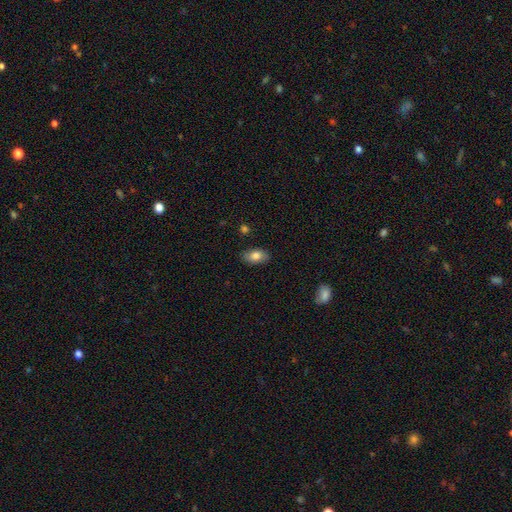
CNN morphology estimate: This is clearly a smooth galaxy (80%). How rounded: clearly in between (91%). Merging: clearly none (84%).